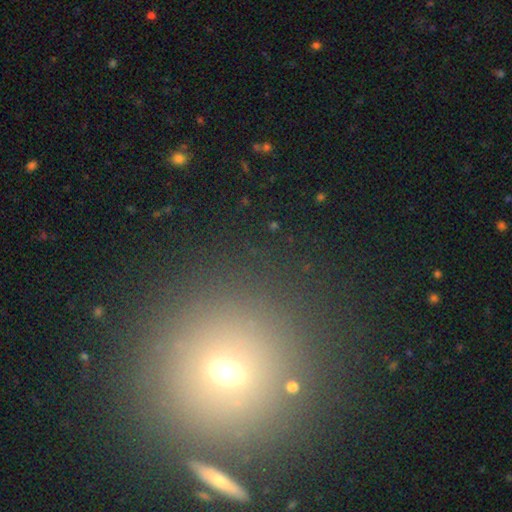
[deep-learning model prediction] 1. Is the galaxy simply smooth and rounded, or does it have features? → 46% smooth, 40% star or artifact, 14% featured or disk.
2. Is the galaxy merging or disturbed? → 85% none, 7% minor disturbance, 4% major disturbance, 4% merger.